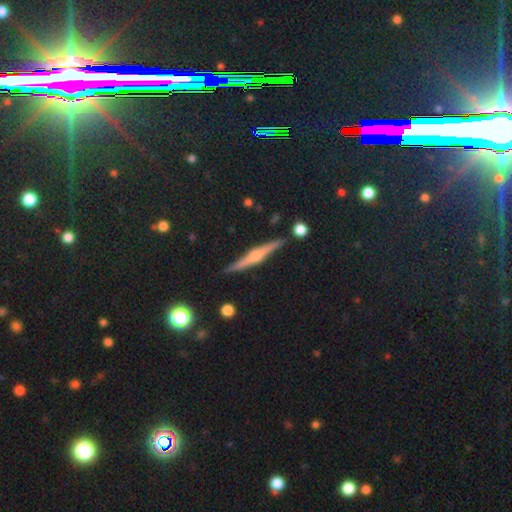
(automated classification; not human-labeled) smooth-or-featured: featured or disk: 75% | smooth: 17% | star or artifact: 8%
  disk-edge-on: yes: 98% | no: 2%
    edge-on-bulge: rounded: 84% | boxy: 9% | none: 7%
  merging: none: 89% | minor disturbance: 7% | merger: 2% | major disturbance: 2%